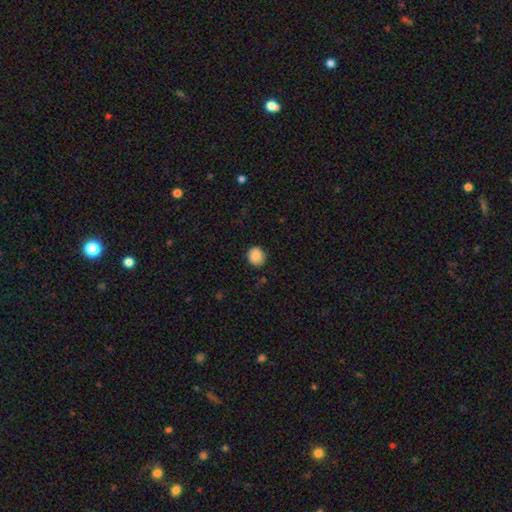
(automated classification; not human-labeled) smooth 87%, star or artifact 8%, featured or disk 4%. Down the decision tree: how rounded — round (83%); merging — none (82%).